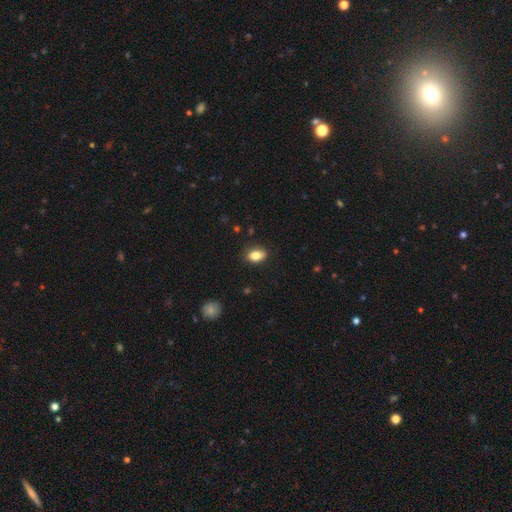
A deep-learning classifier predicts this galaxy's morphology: Q: Smooth or featured?
A: smooth (83%); runner-up: featured or disk (9%)
Q: How rounded?
A: in between (82%); runner-up: round (17%)
Q: Merging?
A: none (83%); runner-up: minor disturbance (13%)